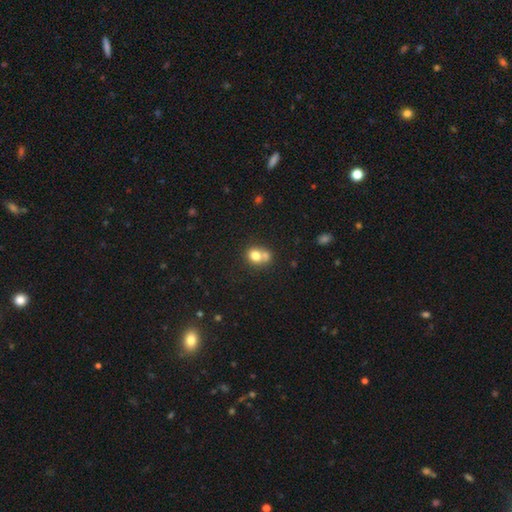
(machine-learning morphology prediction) This is likely a smooth galaxy (75%). How rounded: likely round (63%). Merging: possibly merger (49%).